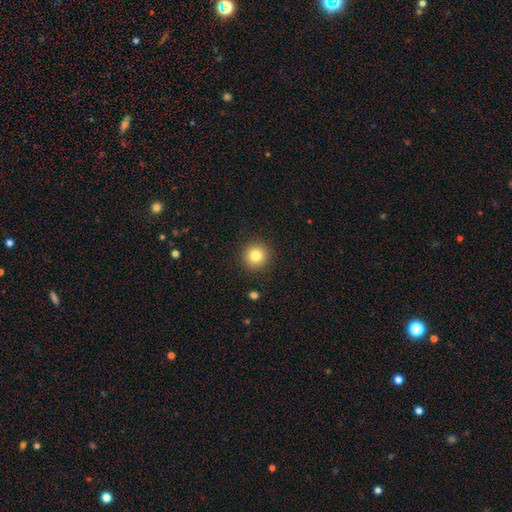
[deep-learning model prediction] Smooth or featured? Predicted: smooth (p=0.81). How rounded? Predicted: round (p=0.94). Merging? Predicted: none (p=0.91).